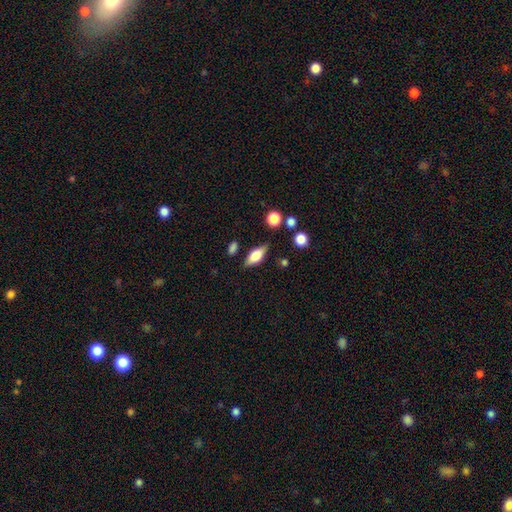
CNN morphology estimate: Smooth or featured: smooth — 56% (featured or disk — 36%)
How rounded: in between — 76% (cigar-shaped — 19%)
Merging: none — 79% (minor disturbance — 14%)